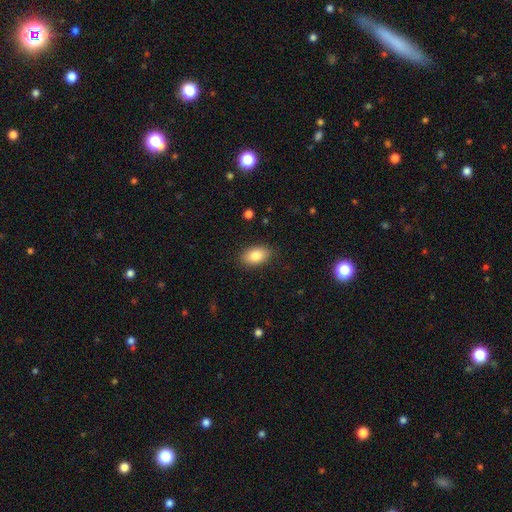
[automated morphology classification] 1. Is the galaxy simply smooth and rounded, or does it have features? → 84% smooth, 9% featured or disk, 7% star or artifact.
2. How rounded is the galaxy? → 91% in between, 7% round, 2% cigar-shaped.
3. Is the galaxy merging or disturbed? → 87% none, 10% minor disturbance, 2% major disturbance, 1% merger.